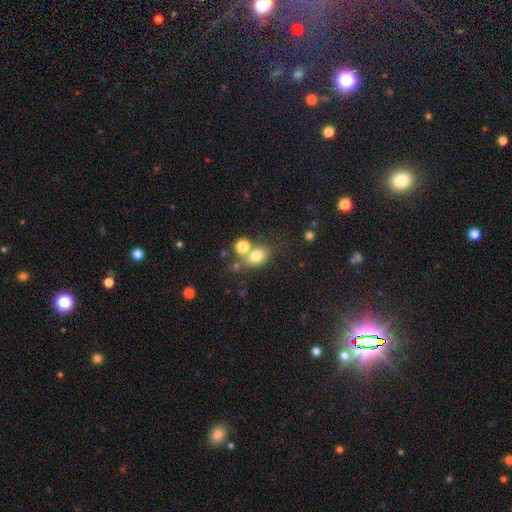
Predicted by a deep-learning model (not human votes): Smooth or featured: smooth — 76% (star or artifact — 13%)
How rounded: in between — 55% (round — 44%)
Merging: none — 56% (merger — 26%)